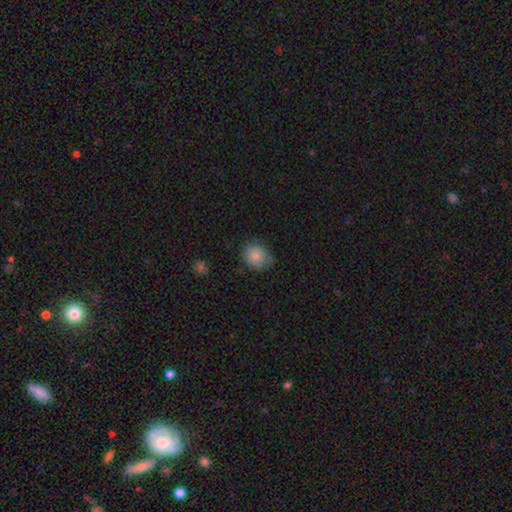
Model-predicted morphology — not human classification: Smooth or featured?
  - smooth: 84% *
  - featured or disk: 8%
  - star or artifact: 8%
How rounded?
  - round: 66% *
  - in between: 33%
  - cigar-shaped: 1%
Merging?
  - none: 69% *
  - minor disturbance: 24%
  - major disturbance: 5%
  - merger: 2%